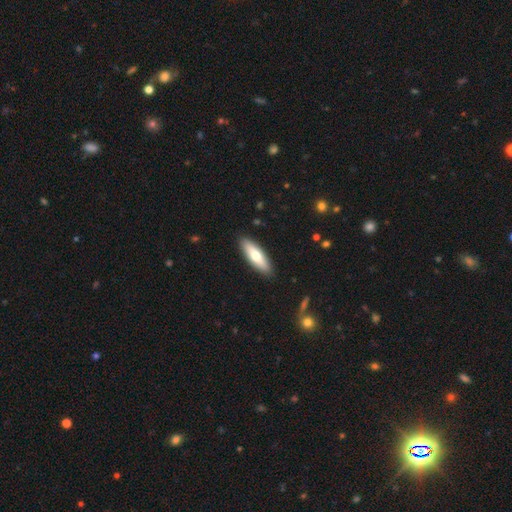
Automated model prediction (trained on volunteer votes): Smooth or featured? Predicted: smooth (p=0.65). How rounded? Predicted: cigar-shaped (p=0.51). Merging? Predicted: none (p=0.89).